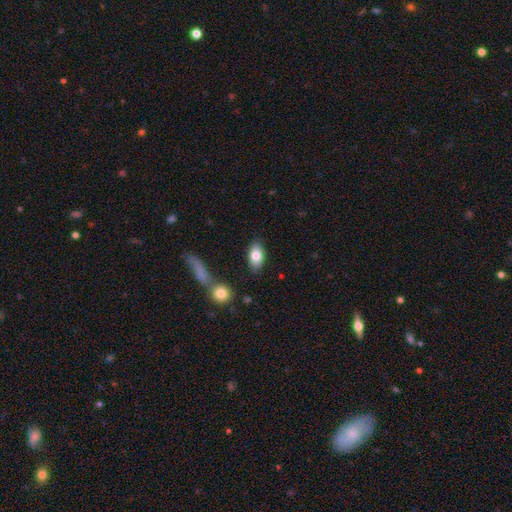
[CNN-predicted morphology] The model was most divided on "smooth or featured": smooth: 80%, featured or disk: 13%, star or artifact: 7%. More confident: how rounded — in between (91%); merging — none (83%).